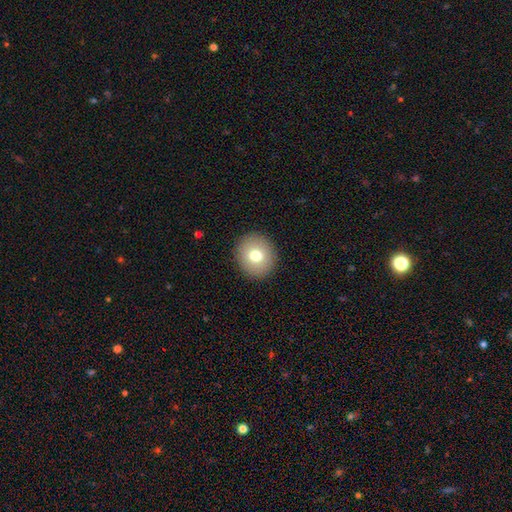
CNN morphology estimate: Smooth or featured: smooth — 76% (featured or disk — 15%)
How rounded: round — 83% (in between — 16%)
Merging: none — 91% (minor disturbance — 6%)